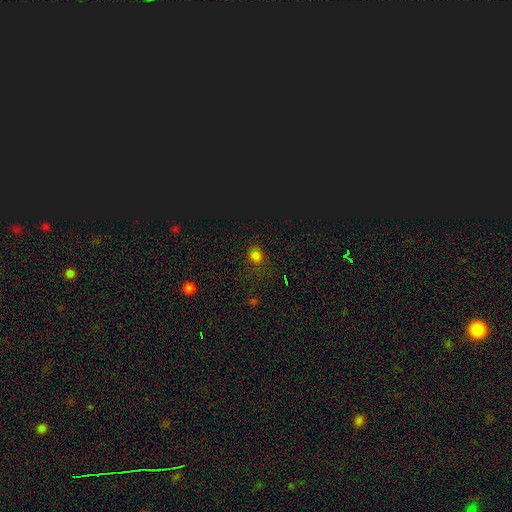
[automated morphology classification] A smooth galaxy with no disk features (69%) that is round (77%). Merging: none (77%).